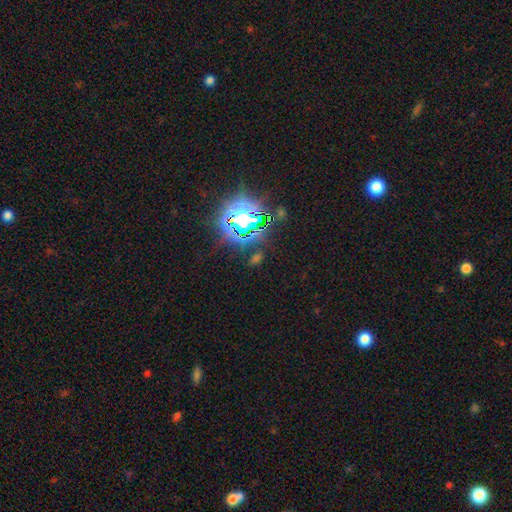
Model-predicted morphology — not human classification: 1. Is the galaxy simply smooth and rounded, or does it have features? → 77% star or artifact, 14% smooth, 9% featured or disk.